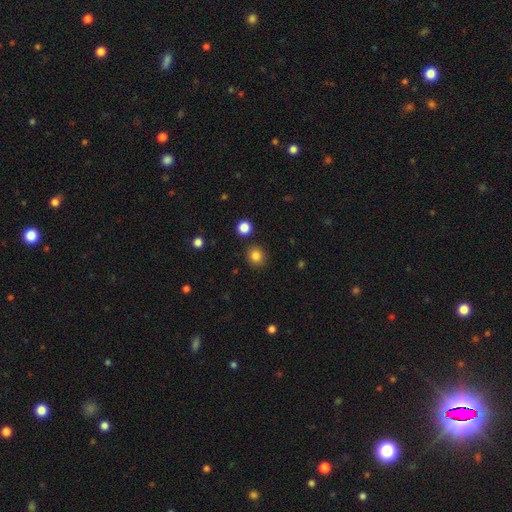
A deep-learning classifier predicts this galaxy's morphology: Smooth or featured? Predicted: smooth (p=0.83). How rounded? Predicted: round (p=0.84). Merging? Predicted: none (p=0.88).